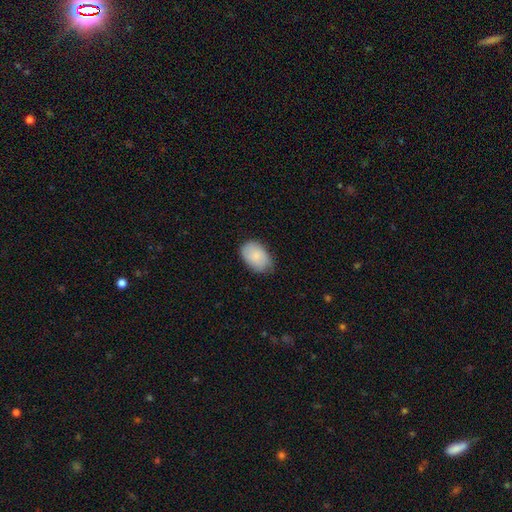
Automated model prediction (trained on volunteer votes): This is clearly a smooth galaxy (85%). How rounded: clearly in between (88%). Merging: likely none (73%).